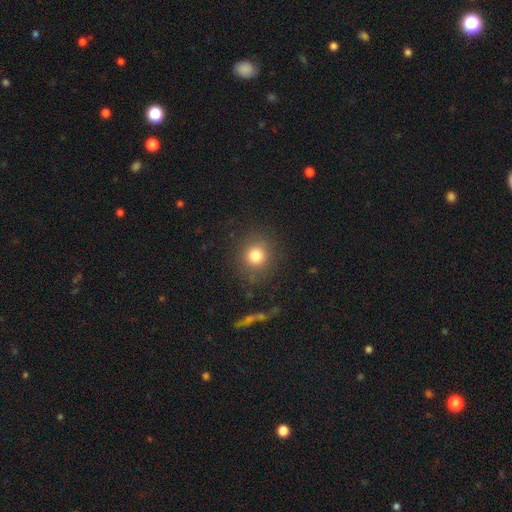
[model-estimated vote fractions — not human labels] Q: Smooth or featured?
A: smooth (80%); runner-up: star or artifact (13%)
Q: How rounded?
A: round (88%); runner-up: in between (11%)
Q: Merging?
A: none (85%); runner-up: minor disturbance (9%)